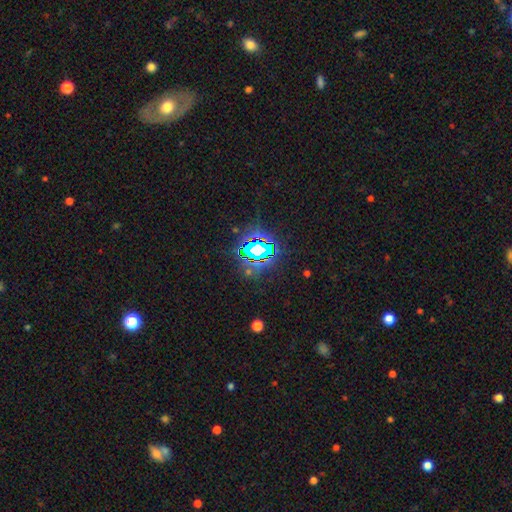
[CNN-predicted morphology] The model was most divided on "smooth or featured": star or artifact: 77%, smooth: 14%, featured or disk: 10%.